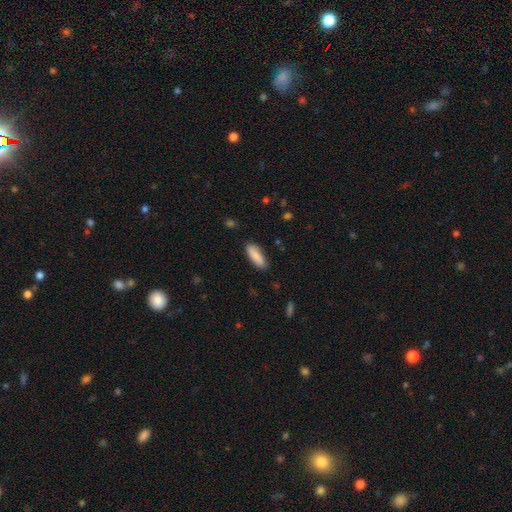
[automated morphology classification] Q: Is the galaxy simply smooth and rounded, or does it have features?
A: smooth — 87%.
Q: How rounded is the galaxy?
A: in between — 62%.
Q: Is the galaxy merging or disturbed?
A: none — 85%.